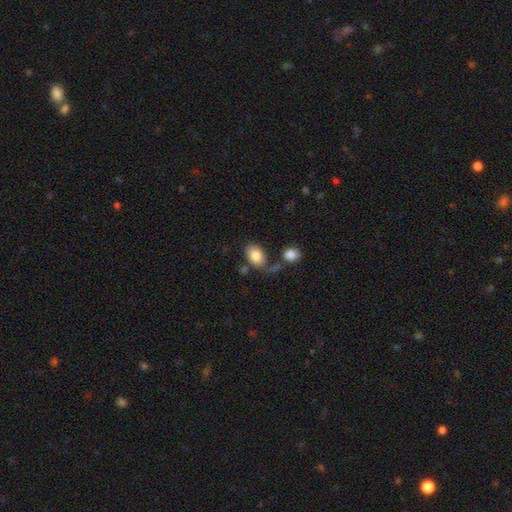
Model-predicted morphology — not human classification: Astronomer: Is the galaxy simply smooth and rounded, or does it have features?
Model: smooth — 83%.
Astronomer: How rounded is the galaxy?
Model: in between — 86%.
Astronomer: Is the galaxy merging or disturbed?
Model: none — 54%.